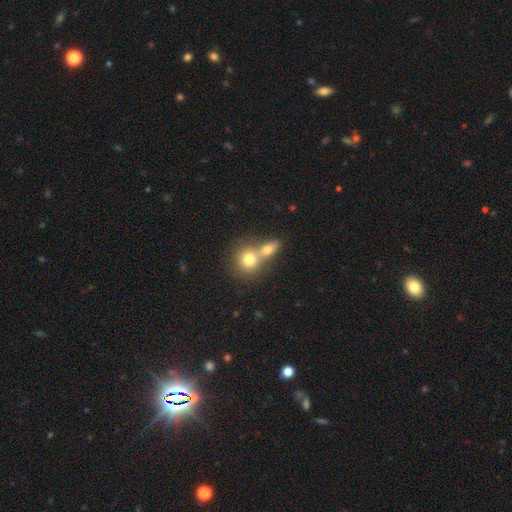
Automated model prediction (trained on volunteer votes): Smooth or featured?
  - smooth: 67% *
  - star or artifact: 17%
  - featured or disk: 16%
How rounded?
  - round: 80% *
  - in between: 19%
  - cigar-shaped: 2%
Merging?
  - merger: 55% *
  - none: 36%
  - minor disturbance: 6%
  - major disturbance: 3%